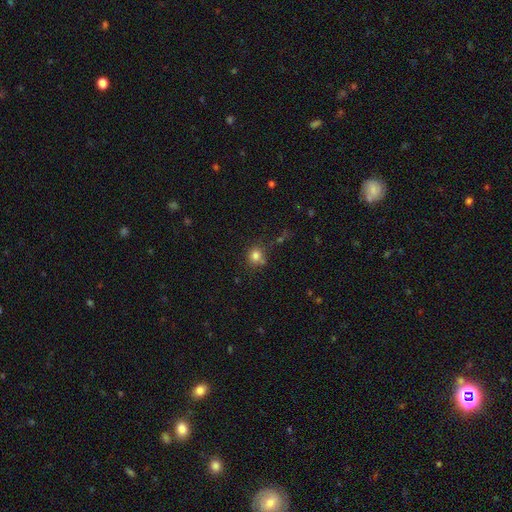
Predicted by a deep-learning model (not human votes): The model was most divided on "merging": none: 70%, minor disturbance: 15%, merger: 11%, major disturbance: 5%. More confident: how rounded — round (81%); smooth or featured — smooth (80%).